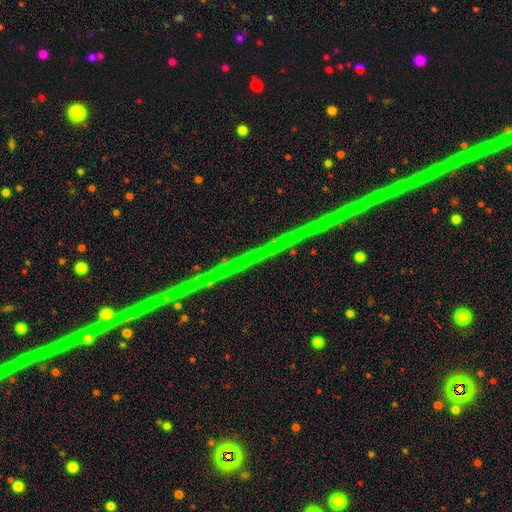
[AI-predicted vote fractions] smooth-or-featured: star or artifact: 77% | featured or disk: 14% | smooth: 8%